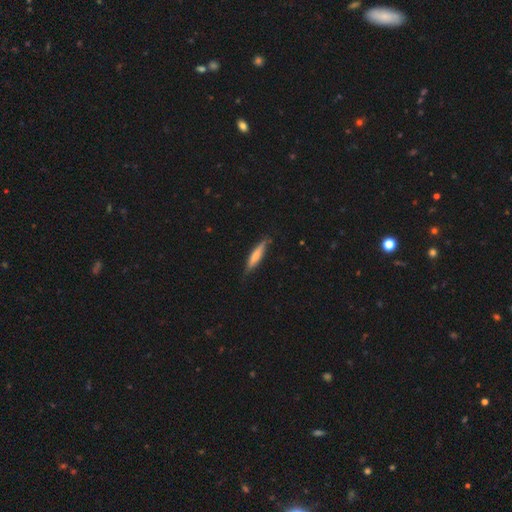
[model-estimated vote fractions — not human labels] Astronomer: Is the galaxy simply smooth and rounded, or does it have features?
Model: smooth — 64%.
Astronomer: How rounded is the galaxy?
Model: cigar-shaped — 84%.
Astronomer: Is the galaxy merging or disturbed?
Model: none — 79%.